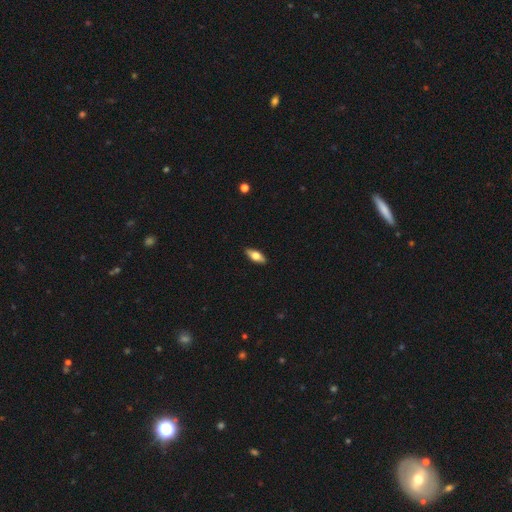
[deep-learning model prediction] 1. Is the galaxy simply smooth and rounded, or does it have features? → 60% smooth, 33% featured or disk, 6% star or artifact.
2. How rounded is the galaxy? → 77% in between, 20% cigar-shaped, 3% round.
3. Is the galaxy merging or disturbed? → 89% none, 9% minor disturbance, 2% major disturbance, 1% merger.